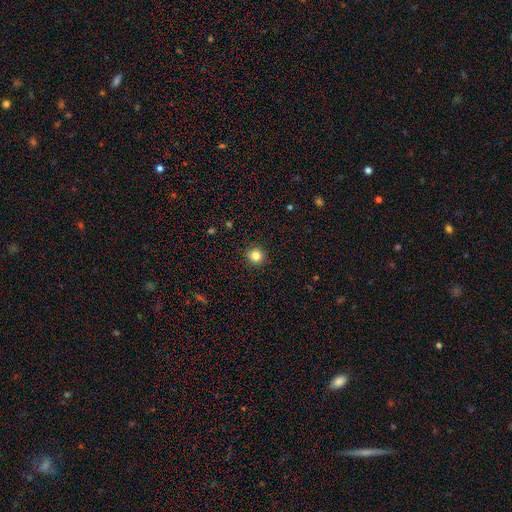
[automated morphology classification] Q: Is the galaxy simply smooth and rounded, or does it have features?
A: smooth — 83%.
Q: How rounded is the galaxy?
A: round — 94%.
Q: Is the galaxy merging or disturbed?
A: none — 92%.